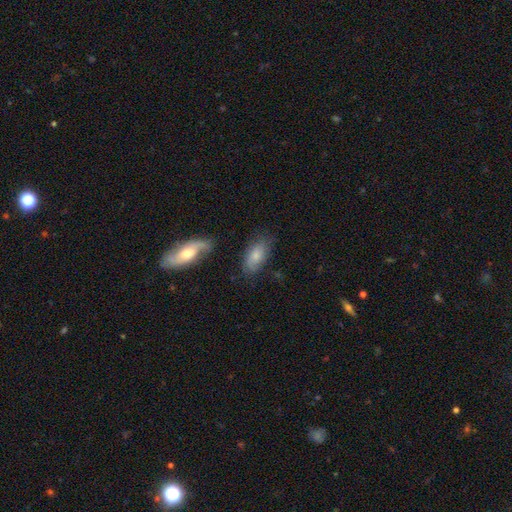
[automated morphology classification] smooth-or-featured: smooth: 66% | featured or disk: 27% | star or artifact: 7%
  how-rounded: in between: 90% | cigar-shaped: 6% | round: 4%
  merging: none: 68% | minor disturbance: 20% | major disturbance: 8% | merger: 5%